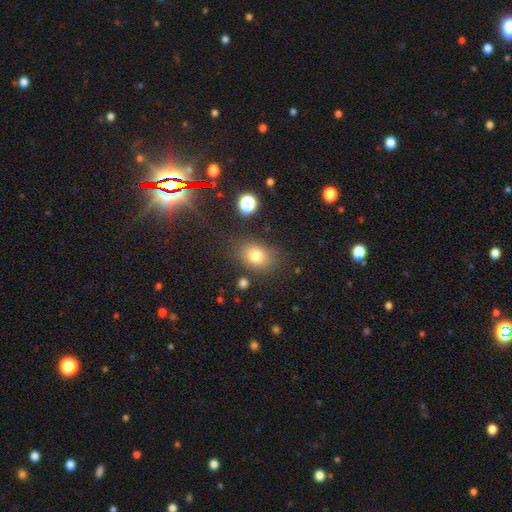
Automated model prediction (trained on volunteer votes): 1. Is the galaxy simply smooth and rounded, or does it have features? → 77% smooth, 13% star or artifact, 10% featured or disk.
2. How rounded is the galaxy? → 64% in between, 34% round, 1% cigar-shaped.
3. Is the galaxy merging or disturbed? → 80% none, 13% minor disturbance, 5% major disturbance, 3% merger.